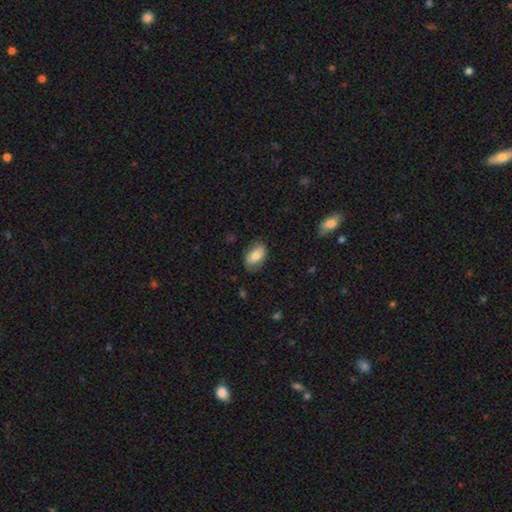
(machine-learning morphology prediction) Smooth or featured?
  - smooth: 75% *
  - featured or disk: 18%
  - star or artifact: 7%
How rounded?
  - in between: 91% *
  - round: 7%
  - cigar-shaped: 2%
Merging?
  - none: 77% *
  - minor disturbance: 18%
  - major disturbance: 4%
  - merger: 1%